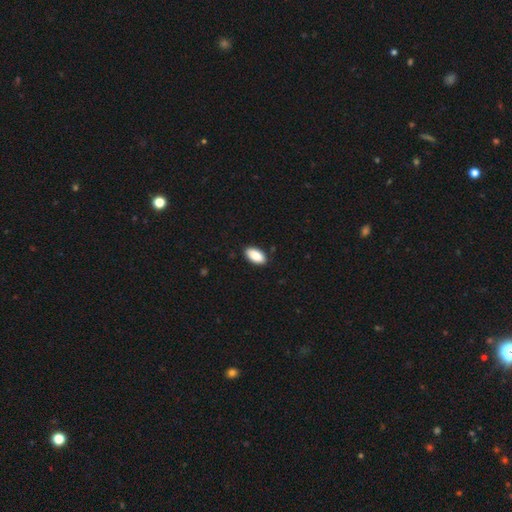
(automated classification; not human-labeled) A smooth galaxy with no disk features (89%) that is in between round and cigar-shaped (94%). Merging: none (88%).